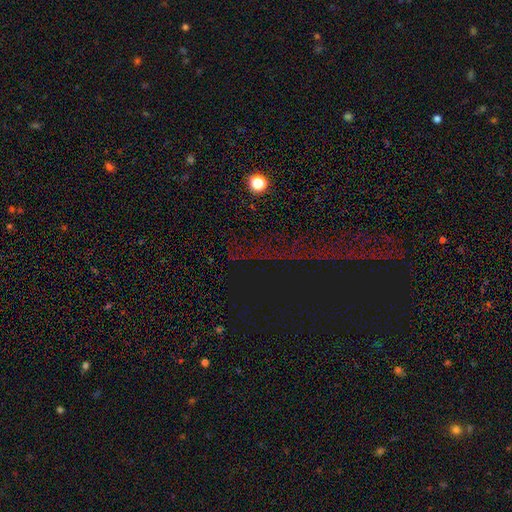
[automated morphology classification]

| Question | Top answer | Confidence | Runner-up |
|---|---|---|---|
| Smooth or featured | star or artifact | 76% | smooth (13%) |